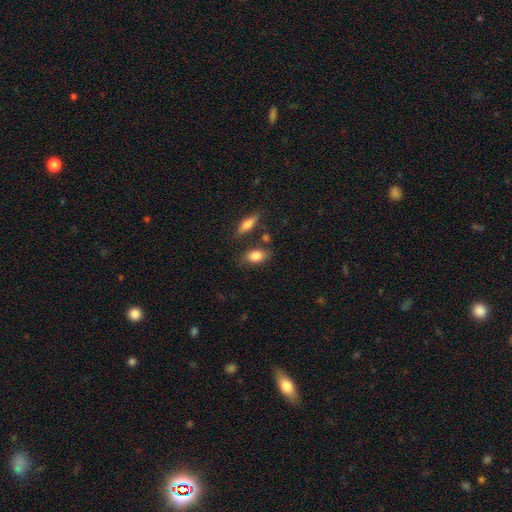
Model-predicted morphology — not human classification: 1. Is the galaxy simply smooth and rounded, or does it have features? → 83% smooth, 9% featured or disk, 7% star or artifact.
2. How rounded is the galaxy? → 81% in between, 14% round, 4% cigar-shaped.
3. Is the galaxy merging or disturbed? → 72% none, 16% minor disturbance, 8% merger, 4% major disturbance.